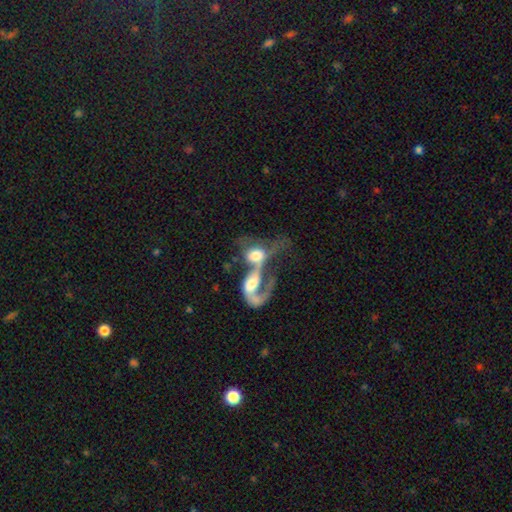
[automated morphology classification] This is possibly a featured or disk galaxy (59%). It is clearly not viewed edge-on (94%). Bar: likely no (64%). Spiral arm pattern: likely yes (66%). Central bulge: marginally moderate (40%). Merging: clearly merger (81%).